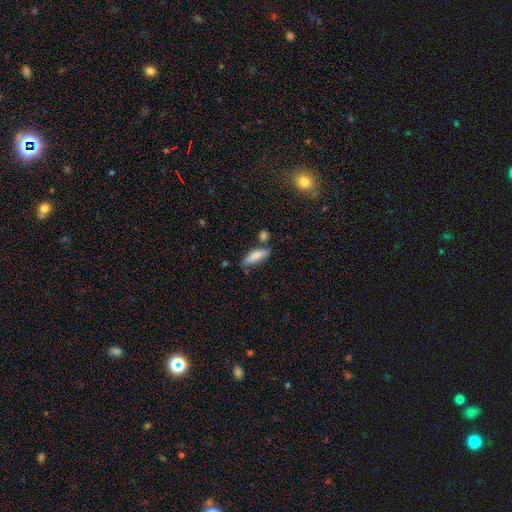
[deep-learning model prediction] Smooth or featured: smooth — 82% (featured or disk — 11%)
How rounded: in between — 55% (cigar-shaped — 42%)
Merging: none — 55% (minor disturbance — 26%)